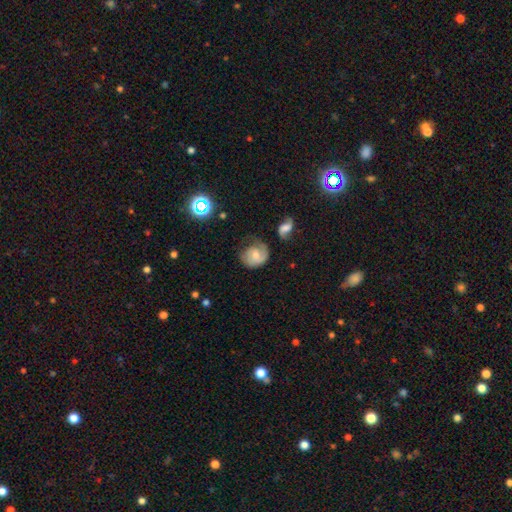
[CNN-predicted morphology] Overall: featured or disk (56%; smooth 36%). Edge-on disk: no (97%). Bar: no (63%; weak 31%). Spiral arms: yes (85%). Bulge size: moderate (53%; small 40%). Merging: none (48%; minor disturbance 28%).